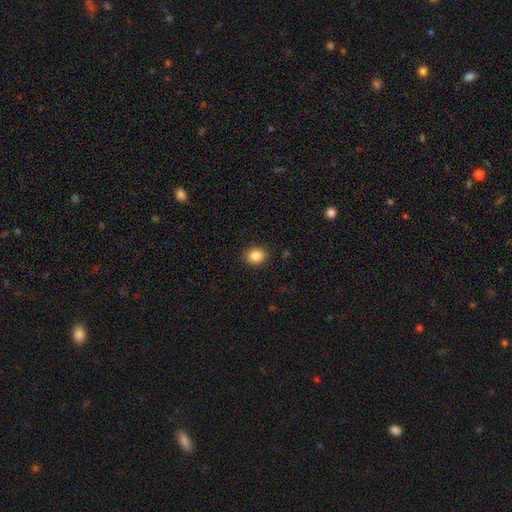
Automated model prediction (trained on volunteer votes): Smooth or featured? smooth (85%)
How rounded? round (73%)
Merging? none (90%)